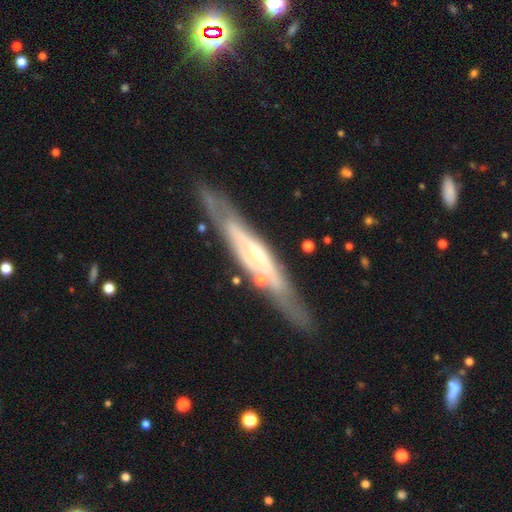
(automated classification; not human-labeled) Smooth or featured? featured or disk (77%)
Edge-on disk? yes (67%)
Edge-on bulge? rounded (61%)
Merging? none (77%)